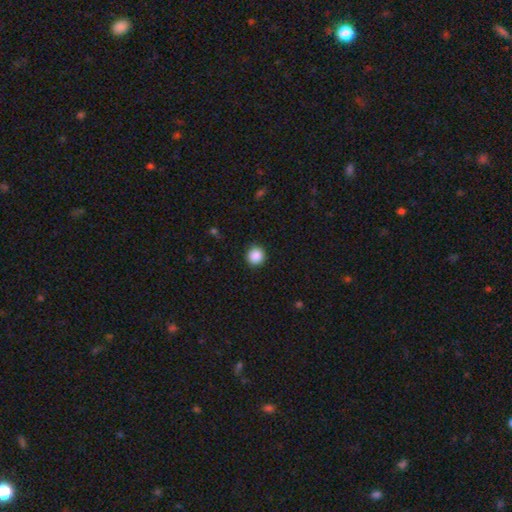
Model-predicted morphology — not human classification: Smooth or featured: smooth — 89% (star or artifact — 9%)
How rounded: round — 94% (in between — 5%)
Merging: none — 91% (minor disturbance — 6%)